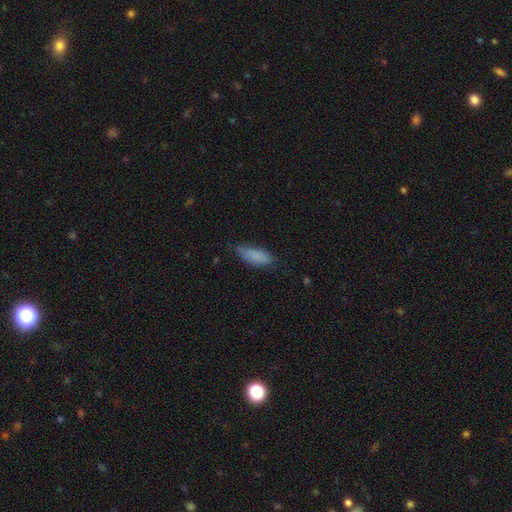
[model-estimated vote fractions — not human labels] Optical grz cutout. It shows a smooth galaxy with no disk features (85%) that is in between round and cigar-shaped (71%). Merging: none (64%).